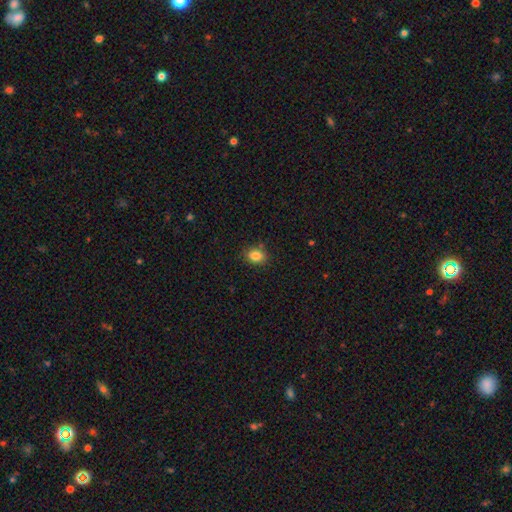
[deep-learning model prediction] Smooth or featured: smooth — 84% (star or artifact — 10%)
How rounded: in between — 53% (round — 45%)
Merging: none — 82% (minor disturbance — 12%)